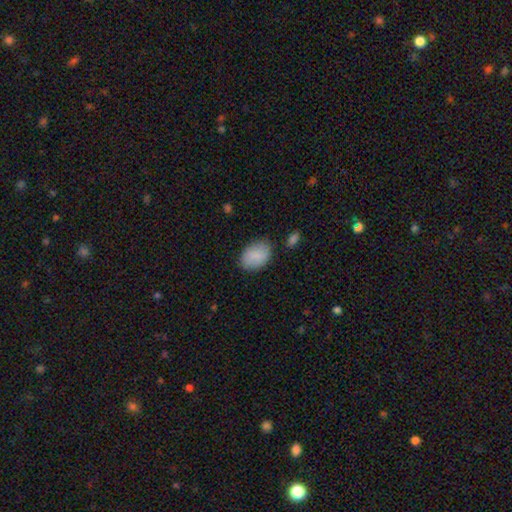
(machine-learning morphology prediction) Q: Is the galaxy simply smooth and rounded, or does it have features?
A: smooth — 86%.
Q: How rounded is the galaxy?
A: in between — 81%.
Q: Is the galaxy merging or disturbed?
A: none — 80%.